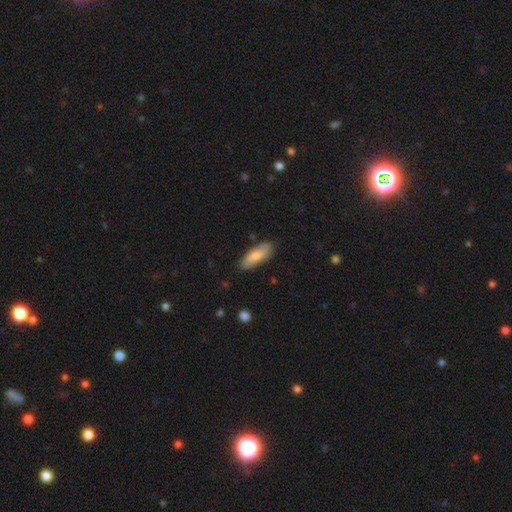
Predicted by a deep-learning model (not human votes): smooth 79%, featured or disk 16%, star or artifact 6%. Down the decision tree: how rounded — in between (70%); merging — none (78%).